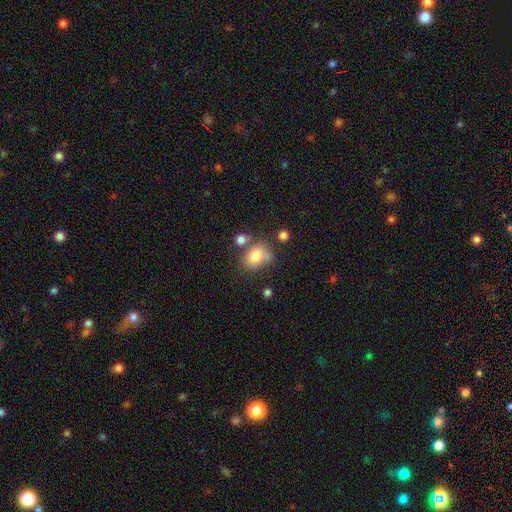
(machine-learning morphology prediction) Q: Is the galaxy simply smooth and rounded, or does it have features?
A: smooth — 79%.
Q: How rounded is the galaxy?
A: in between — 54%.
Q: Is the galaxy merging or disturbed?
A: none — 53%.